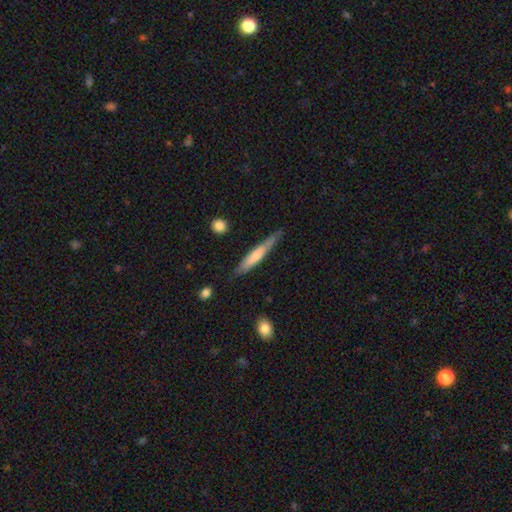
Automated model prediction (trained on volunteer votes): Smooth or featured? smooth (57%)
How rounded? cigar-shaped (91%)
Merging? none (76%)